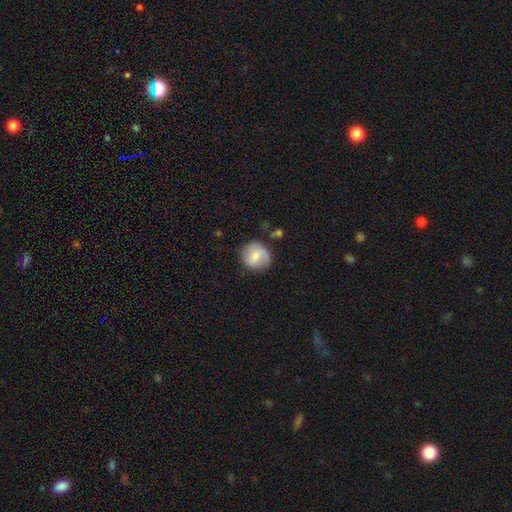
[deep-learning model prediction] Smooth or featured? Predicted: smooth (p=0.61). How rounded? Predicted: round (p=0.88). Merging? Predicted: none (p=0.75).